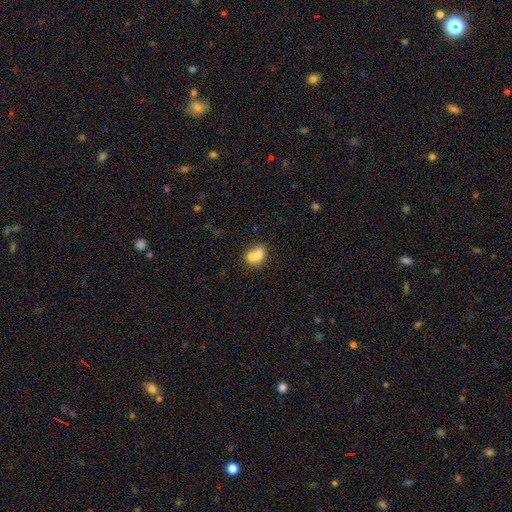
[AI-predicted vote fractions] smooth 69%, featured or disk 21%, star or artifact 9%. Down the decision tree: how rounded — in between (52%); merging — merger (64%).